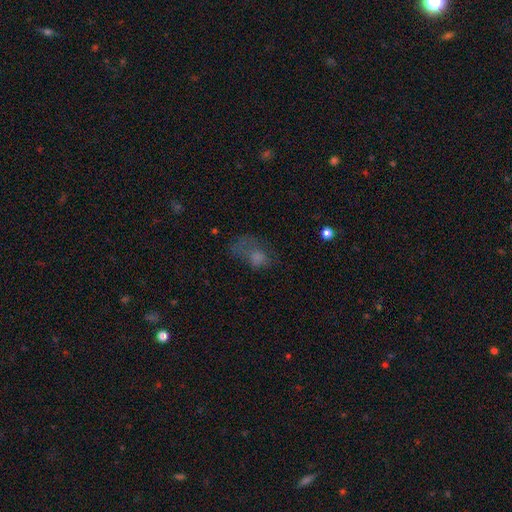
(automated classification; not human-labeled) Overall: smooth (56%; featured or disk 25%). How rounded: in between (74%). Merging: major disturbance (46%; none 28%).